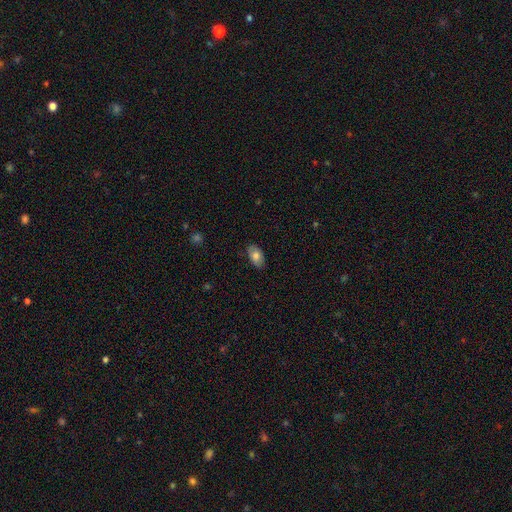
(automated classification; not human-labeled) Morphology: type=smooth (78%); roundness=in between (93%); merging=none (83%).